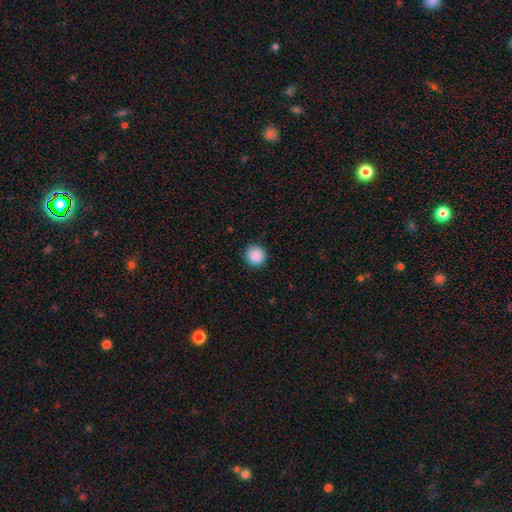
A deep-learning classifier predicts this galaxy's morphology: Smooth or featured?
  - smooth: 89% *
  - star or artifact: 8%
  - featured or disk: 3%
How rounded?
  - round: 93% *
  - in between: 6%
  - cigar-shaped: 1%
Merging?
  - none: 91% *
  - minor disturbance: 7%
  - major disturbance: 2%
  - merger: 1%